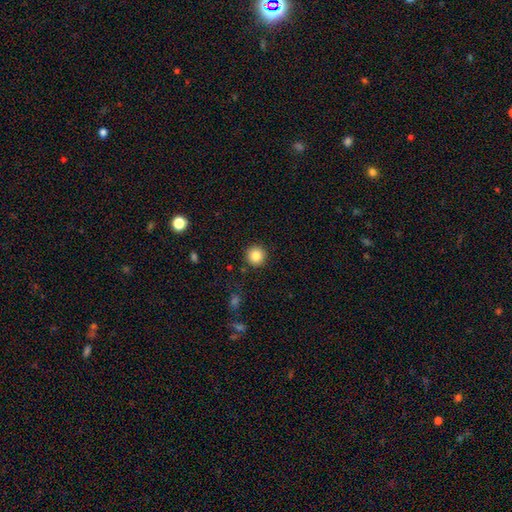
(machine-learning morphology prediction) Overall: smooth (84%). How rounded: round (95%). Merging: none (91%).